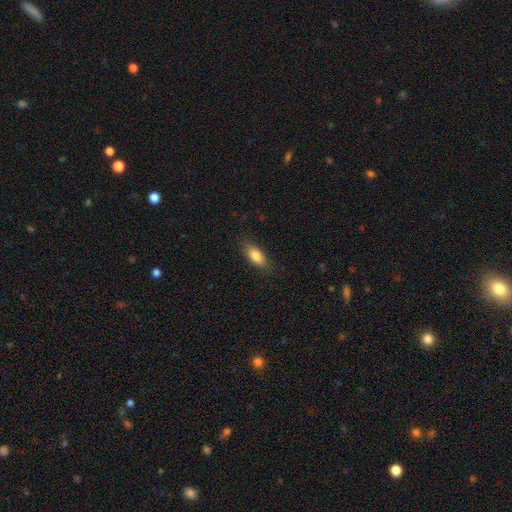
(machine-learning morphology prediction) A smooth galaxy with no disk features (84%) that is in between round and cigar-shaped (84%).

Vote fractions:
- Smooth or featured? smooth: 84% / featured or disk: 9% / star or artifact: 7%
- How rounded? in between: 84% / cigar-shaped: 13% / round: 3%
- Merging? none: 84% / minor disturbance: 12% / major disturbance: 3% / merger: 1%